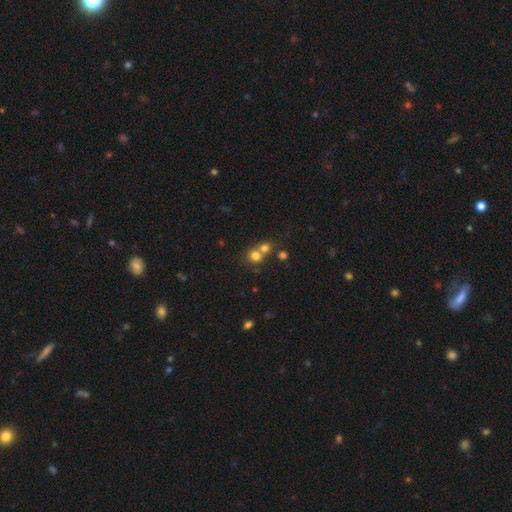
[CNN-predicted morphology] Smooth or featured? smooth (74%)
How rounded? round (82%)
Merging? merger (53%)